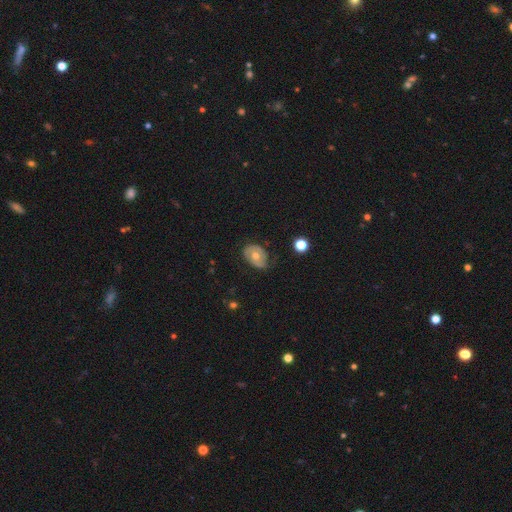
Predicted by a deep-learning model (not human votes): A featured or disk galaxy (60%) with no bar (80%), spiral arms (67%) and a moderate central bulge (75%). Merging: none (63%).